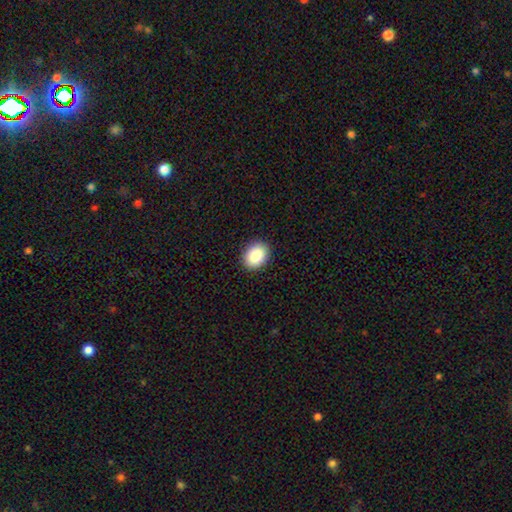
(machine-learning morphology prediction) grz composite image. It shows a smooth galaxy with no disk features (89%) that is in between round and cigar-shaped (64%). Merging: none (90%).